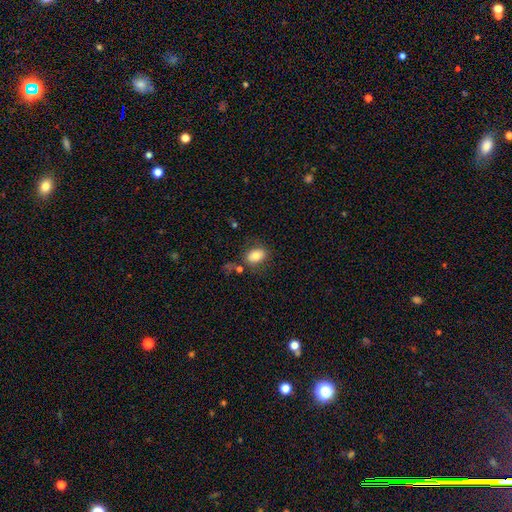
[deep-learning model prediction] A smooth galaxy with no disk features (81%) that is in between round and cigar-shaped (82%).

Vote fractions:
- Smooth or featured? smooth: 81% / featured or disk: 11% / star or artifact: 9%
- How rounded? in between: 82% / round: 17% / cigar-shaped: 2%
- Merging? none: 70% / minor disturbance: 16% / merger: 9% / major disturbance: 6%